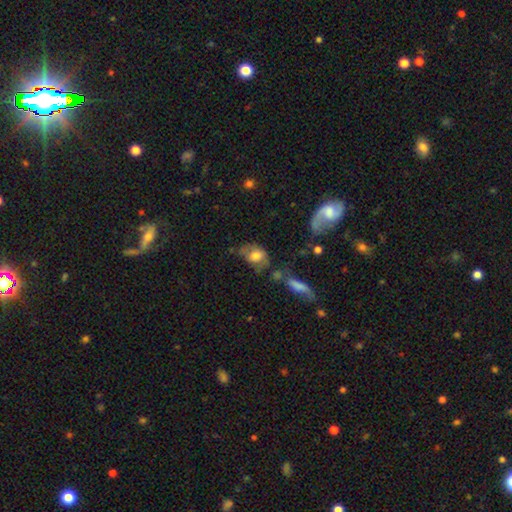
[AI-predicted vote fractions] This appears to be a smooth galaxy with no disk features (61%) that is in between round and cigar-shaped (75%). Merging: none (33%).